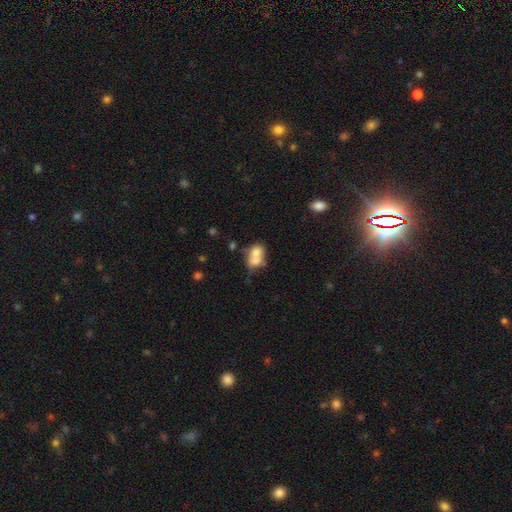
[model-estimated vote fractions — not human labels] A smooth galaxy with no disk features (68%) that is in between round and cigar-shaped (58%). Merging: merger (65%).